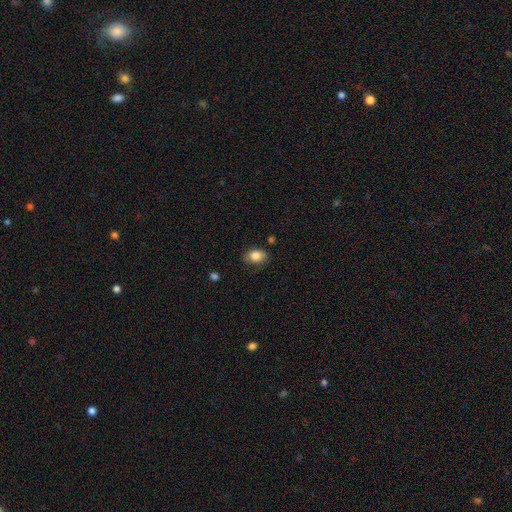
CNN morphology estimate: This appears to be a smooth galaxy with no disk features (85%) that is in between round and cigar-shaped (72%). Merging: none (77%).